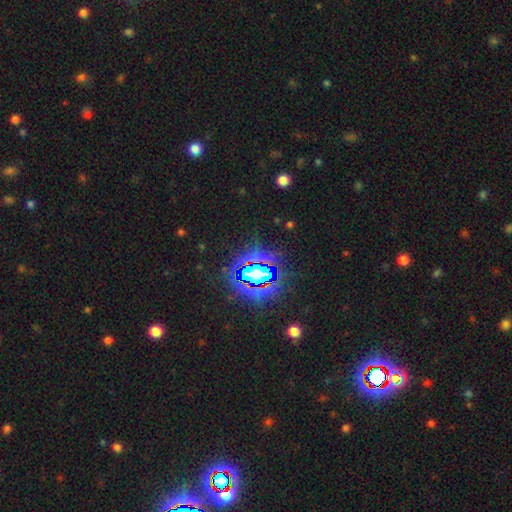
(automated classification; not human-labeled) This is clearly a star or artifact rather than a galaxy (84%).